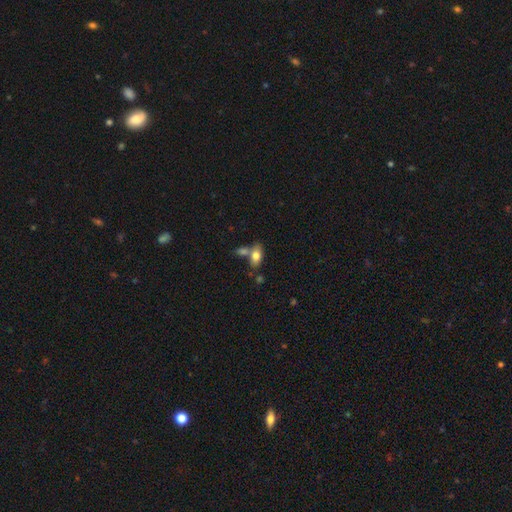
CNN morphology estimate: Smooth or featured: smooth — 77% (featured or disk — 15%)
How rounded: in between — 89% (round — 6%)
Merging: none — 51% (merger — 32%)